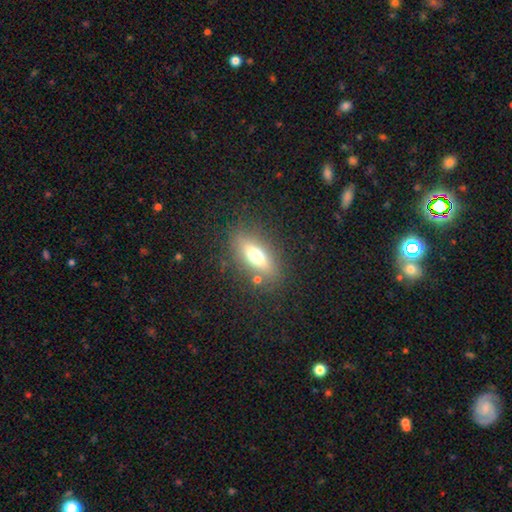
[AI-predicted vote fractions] Smooth or featured?
  - smooth: 58% *
  - featured or disk: 32%
  - star or artifact: 11%
How rounded?
  - in between: 67% *
  - cigar-shaped: 27%
  - round: 7%
Merging?
  - none: 81% *
  - minor disturbance: 11%
  - major disturbance: 5%
  - merger: 4%